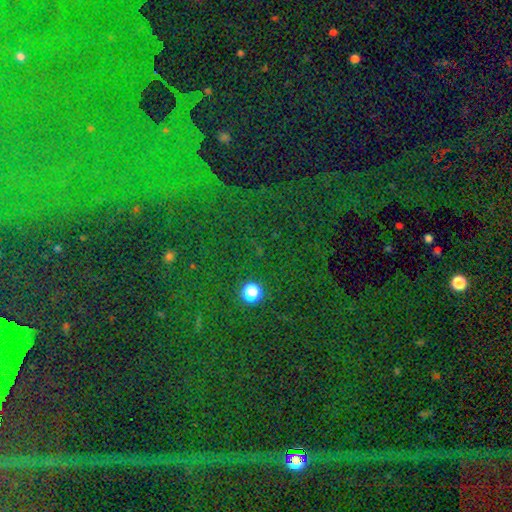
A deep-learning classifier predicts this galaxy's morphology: Overall: star or artifact (82%).